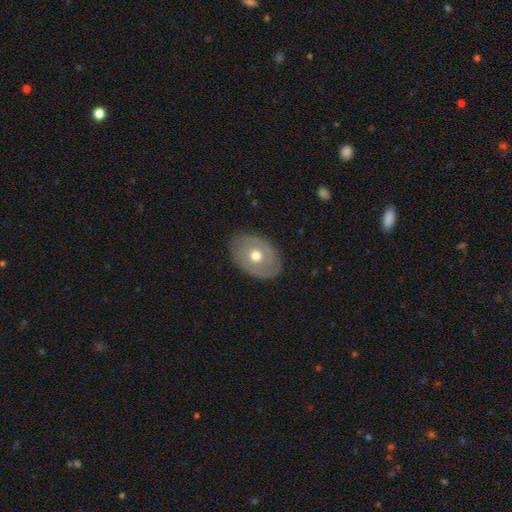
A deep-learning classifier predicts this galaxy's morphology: Smooth or featured?
  - featured or disk: 53% *
  - smooth: 41%
  - star or artifact: 6%
Edge-on disk?
  - no: 92% *
  - yes: 8%
Merging?
  - none: 80% *
  - minor disturbance: 14%
  - major disturbance: 4%
  - merger: 1%